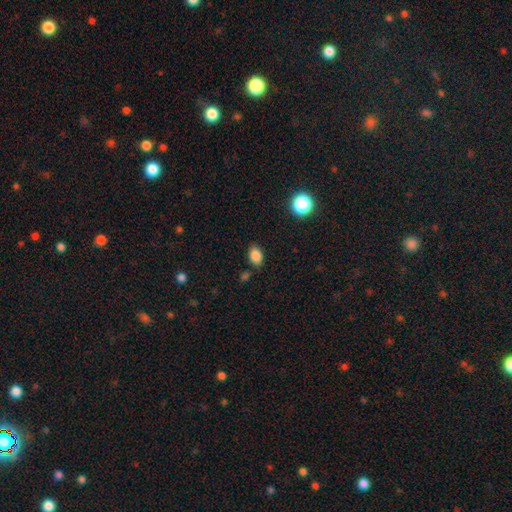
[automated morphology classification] smooth-or-featured: smooth: 85% | star or artifact: 10% | featured or disk: 5%
  how-rounded: in between: 83% | round: 16% | cigar-shaped: 1%
  merging: none: 82% | minor disturbance: 12% | merger: 3% | major disturbance: 3%